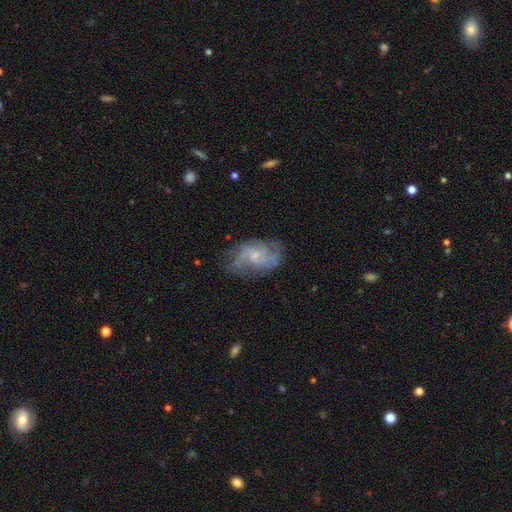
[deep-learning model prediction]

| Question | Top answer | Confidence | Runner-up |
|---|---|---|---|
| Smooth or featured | featured or disk | 74% | smooth (19%) |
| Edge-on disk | no | 97% | yes (3%) |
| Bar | no | 68% | weak (28%) |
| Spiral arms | yes | 85% | no (15%) |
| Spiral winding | medium | 42% | loose (38%) |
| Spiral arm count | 2 | 42% | can't tell (28%) |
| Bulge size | small | 62% | moderate (29%) |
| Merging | none | 58% | minor disturbance (25%) |